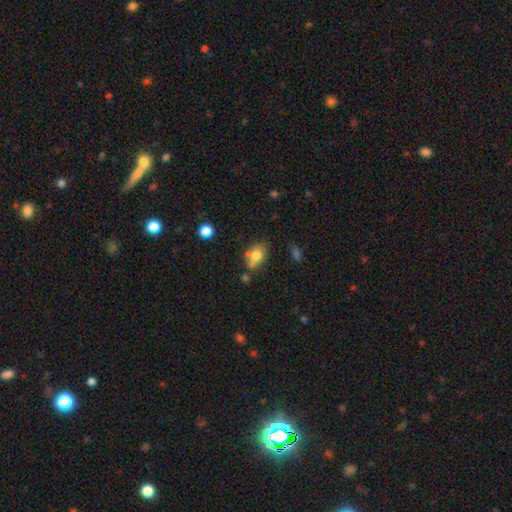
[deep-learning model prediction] The model was most divided on "merging": none: 54%, minor disturbance: 22%, merger: 17%, major disturbance: 7%. More confident: how rounded — in between (78%); smooth or featured — smooth (74%).